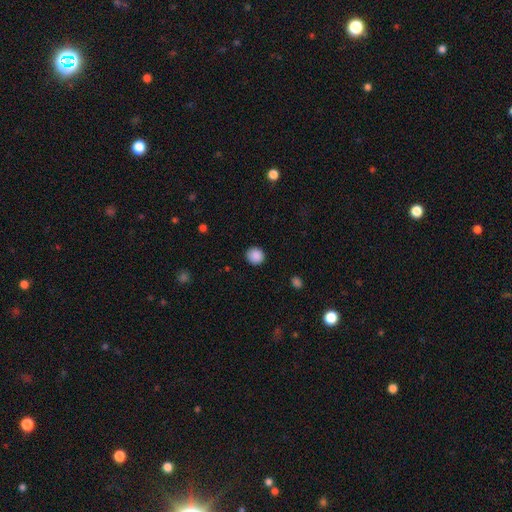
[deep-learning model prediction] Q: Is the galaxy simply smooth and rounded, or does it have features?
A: smooth — 88%.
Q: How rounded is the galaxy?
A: round — 91%.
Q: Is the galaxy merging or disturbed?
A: none — 91%.